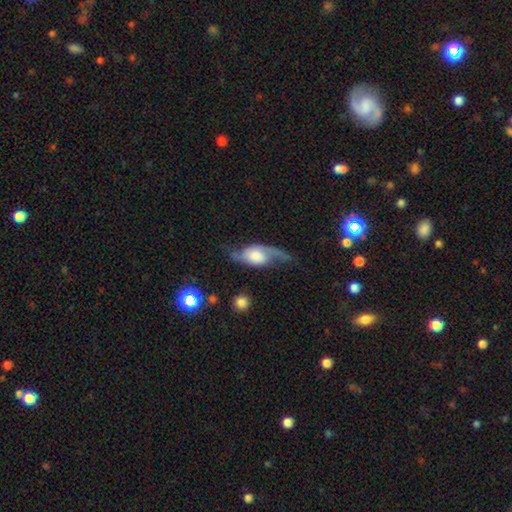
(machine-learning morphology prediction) Smooth or featured?
  - featured or disk: 79% *
  - smooth: 15%
  - star or artifact: 6%
Edge-on disk?
  - no: 91% *
  - yes: 9%
Bar?
  - no: 60% *
  - weak: 31%
  - strong: 9%
Spiral arms?
  - yes: 95% *
  - no: 5%
Spiral winding?
  - loose: 68% *
  - medium: 25%
  - tight: 7%
Spiral arm count?
  - 2: 90% *
  - 1: 4%
  - can't tell: 2%
  - 3: 1%
  - 4: 1%
  - more than 4: 1%
Bulge size?
  - large: 42% *
  - moderate: 22%
  - dominant: 13%
  - none: 12%
  - small: 12%
Merging?
  - none: 61% *
  - minor disturbance: 22%
  - major disturbance: 14%
  - merger: 3%